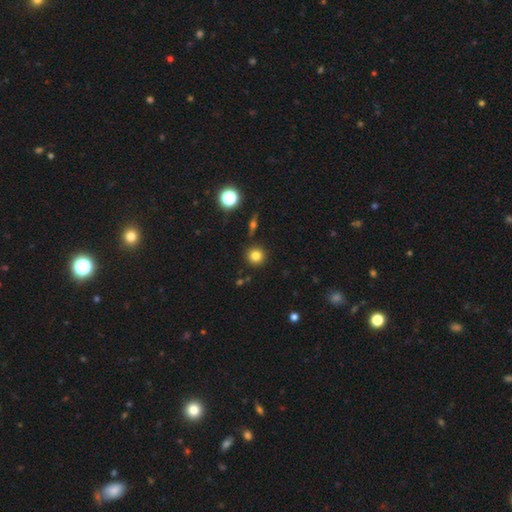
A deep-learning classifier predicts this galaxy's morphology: smooth 80%, star or artifact 13%, featured or disk 7%. Down the decision tree: how rounded — round (94%); merging — none (89%).